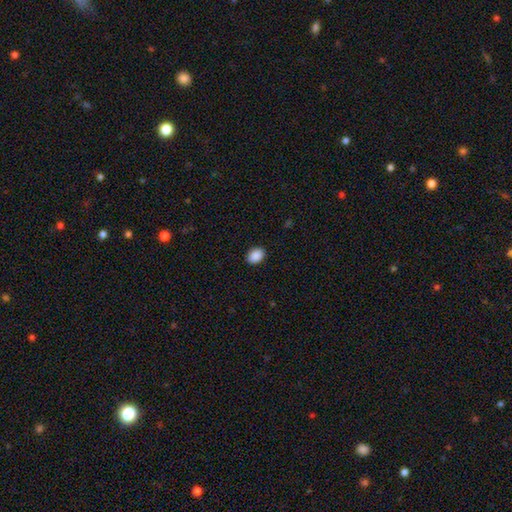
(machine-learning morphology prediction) The model was most divided on "how rounded": in between: 71%, round: 28%, cigar-shaped: 1%. More confident: merging — none (90%); smooth or featured — smooth (90%).